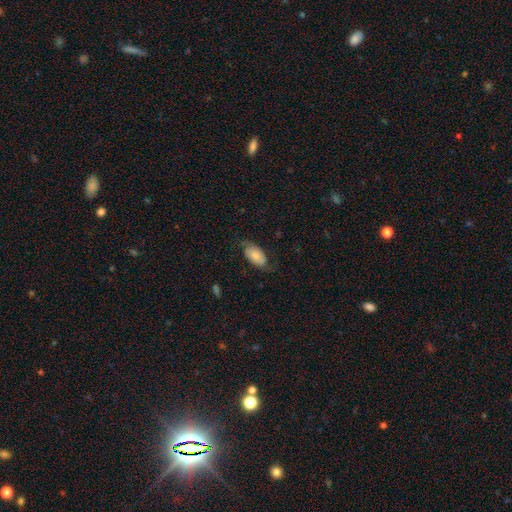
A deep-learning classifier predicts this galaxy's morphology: Smooth or featured? smooth (66%)
How rounded? in between (94%)
Merging? none (65%)